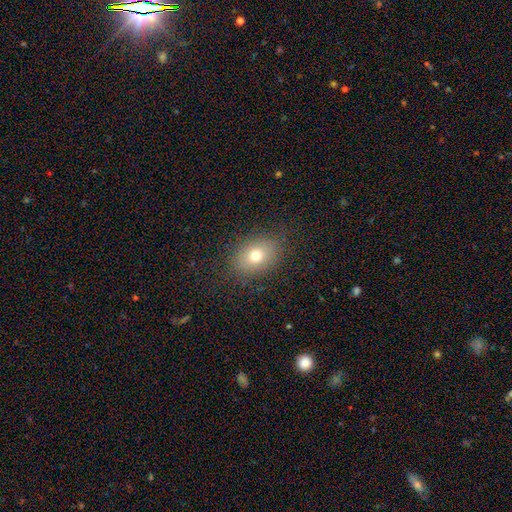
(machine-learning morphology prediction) A smooth galaxy with no disk features (74%) that is in between round and cigar-shaped (71%). Merging: none (85%).